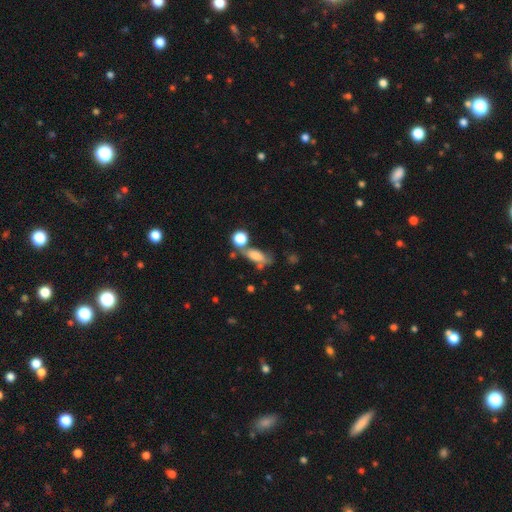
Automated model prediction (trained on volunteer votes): This is likely a smooth galaxy (69%). How rounded: likely in between (72%). Merging: marginally none (39%).